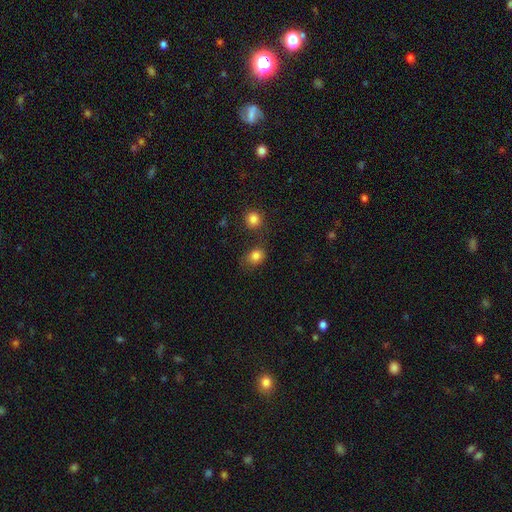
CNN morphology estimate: smooth 83%, star or artifact 12%, featured or disk 6%. Down the decision tree: how rounded — round (56%); merging — none (62%).